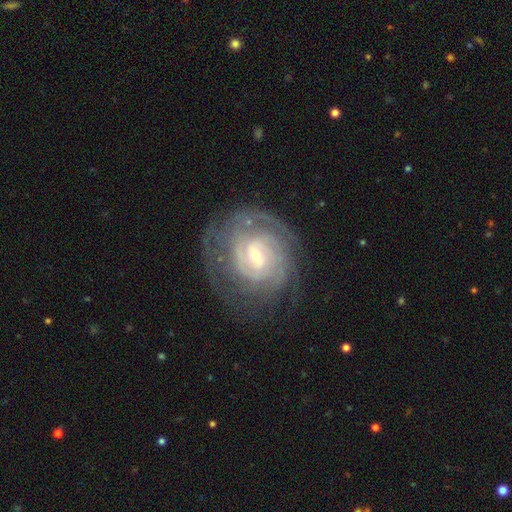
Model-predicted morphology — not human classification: Smooth or featured?
  - featured or disk: 86% *
  - smooth: 8%
  - star or artifact: 6%
Edge-on disk?
  - no: 97% *
  - yes: 3%
Bar?
  - weak: 51% *
  - no: 34%
  - strong: 15%
Spiral arms?
  - yes: 96% *
  - no: 4%
Spiral winding?
  - tight: 73% *
  - medium: 22%
  - loose: 5%
Spiral arm count?
  - can't tell: 37% *
  - 2: 22%
  - 3: 17%
  - 4: 13%
  - more than 4: 6%
  - 1: 6%
Bulge size?
  - small: 64% *
  - moderate: 32%
  - large: 2%
  - none: 1%
  - dominant: 1%
Merging?
  - none: 71% *
  - minor disturbance: 17%
  - major disturbance: 10%
  - merger: 1%